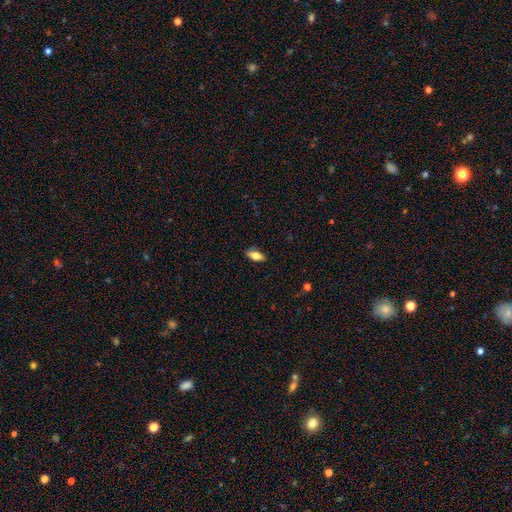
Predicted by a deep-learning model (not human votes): Smooth or featured: smooth — 67% (featured or disk — 26%)
How rounded: in between — 79% (cigar-shaped — 18%)
Merging: none — 85% (minor disturbance — 11%)